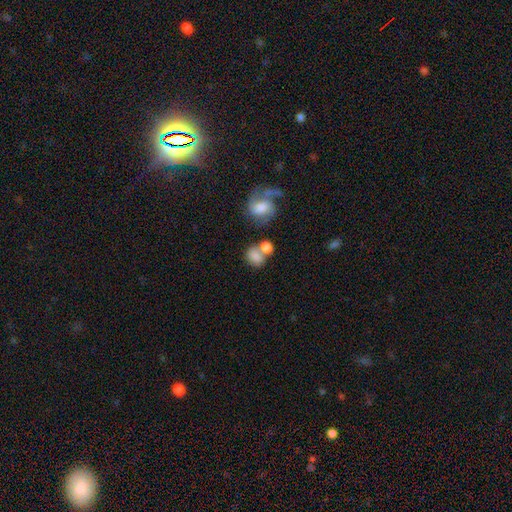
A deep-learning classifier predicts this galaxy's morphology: The model was most divided on "merging": merger: 43%, none: 36%, minor disturbance: 13%, major disturbance: 8%. More confident: smooth or featured — smooth (72%); how rounded — round (54%).